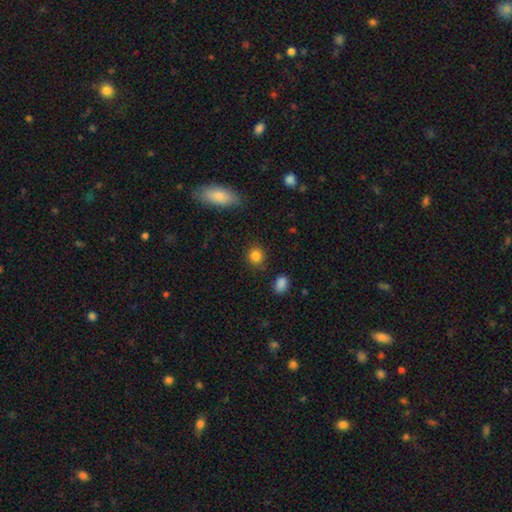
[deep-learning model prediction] Smooth or featured? Predicted: smooth (p=0.85). How rounded? Predicted: round (p=0.81). Merging? Predicted: none (p=0.87).